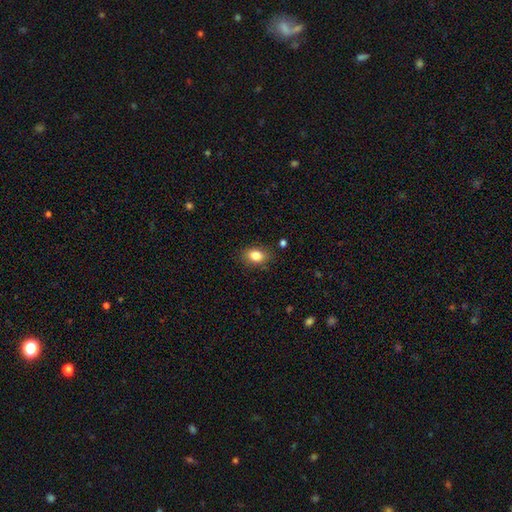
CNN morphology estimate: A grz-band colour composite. It shows a smooth galaxy with no disk features (83%) that is in between round and cigar-shaped (75%). Merging: none (84%).